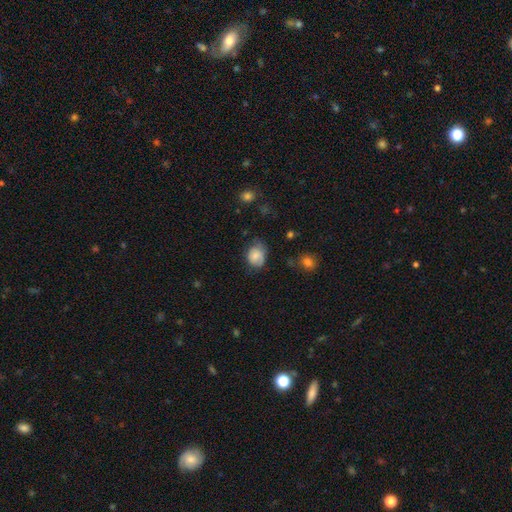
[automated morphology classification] The model was most divided on "how rounded": round: 53%, in between: 46%, cigar-shaped: 1%. More confident: smooth or featured — smooth (79%); merging — none (55%).